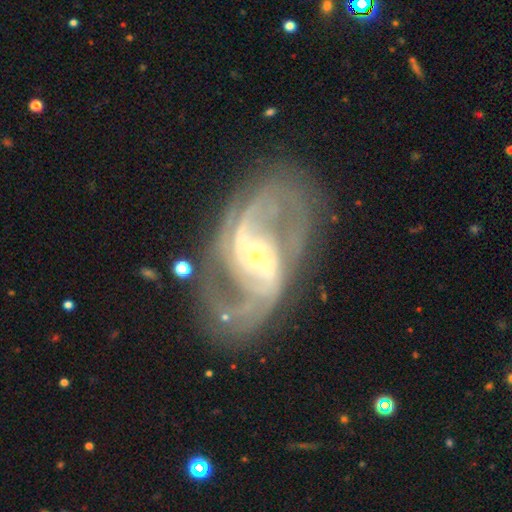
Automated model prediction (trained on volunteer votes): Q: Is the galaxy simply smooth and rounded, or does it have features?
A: featured or disk — 90%.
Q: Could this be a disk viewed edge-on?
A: no — 96%.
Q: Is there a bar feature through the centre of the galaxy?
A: strong — 38%.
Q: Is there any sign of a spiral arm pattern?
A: yes — 97%.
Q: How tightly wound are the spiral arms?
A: medium — 54%.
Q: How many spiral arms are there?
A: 2 — 84%.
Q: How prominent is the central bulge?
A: small — 69%.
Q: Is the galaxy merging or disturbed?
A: none — 70%.